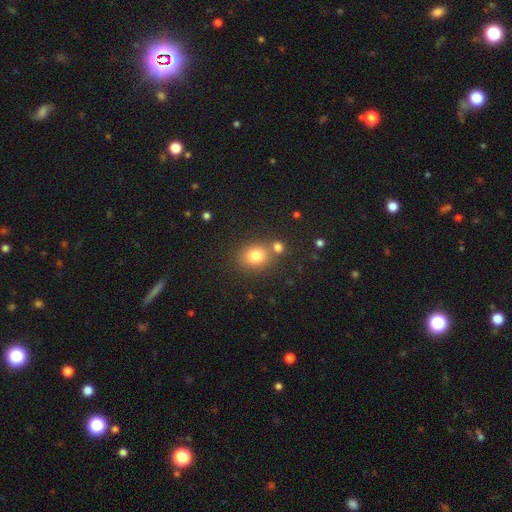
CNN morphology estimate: Overall: smooth (79%). How rounded: round (64%; in between 35%). Merging: none (67%).